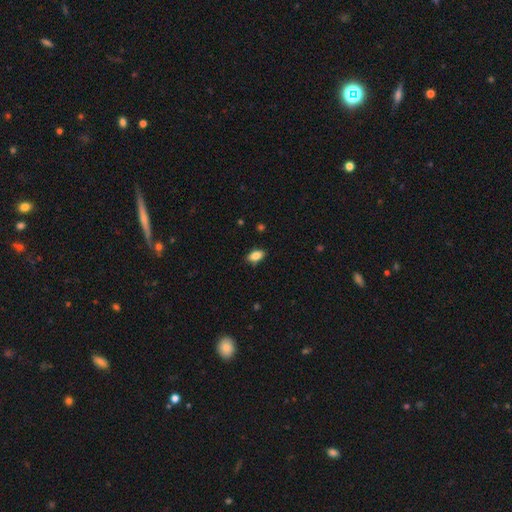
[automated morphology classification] Smooth or featured?
  - smooth: 85% *
  - star or artifact: 8%
  - featured or disk: 7%
How rounded?
  - in between: 91% *
  - round: 6%
  - cigar-shaped: 4%
Merging?
  - none: 84% *
  - minor disturbance: 13%
  - major disturbance: 2%
  - merger: 1%